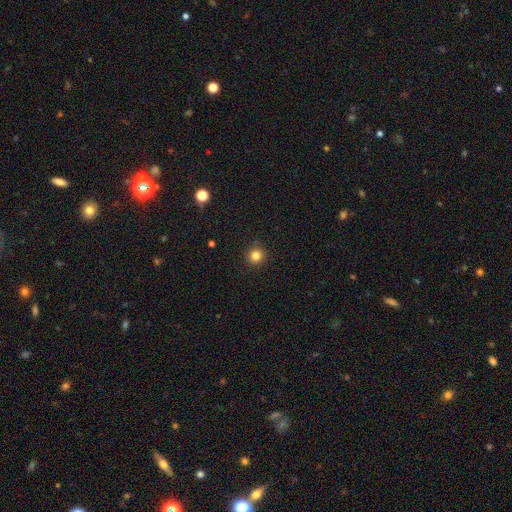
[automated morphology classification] Smooth or featured? smooth (82%)
How rounded? round (94%)
Merging? none (92%)